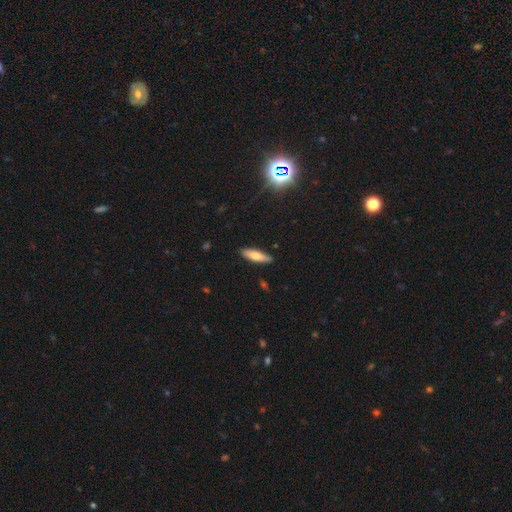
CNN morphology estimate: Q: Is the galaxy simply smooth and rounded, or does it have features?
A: smooth — 68%.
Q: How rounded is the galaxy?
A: cigar-shaped — 61%.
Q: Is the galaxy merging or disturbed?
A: none — 88%.